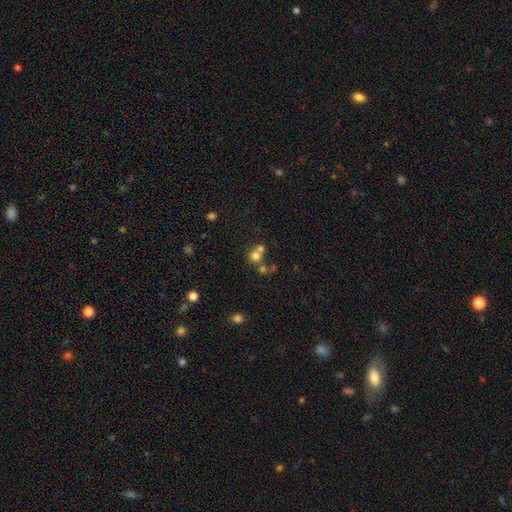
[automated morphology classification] smooth-or-featured: smooth: 69% | star or artifact: 17% | featured or disk: 14%
  how-rounded: round: 85% | in between: 14% | cigar-shaped: 1%
  merging: merger: 47% | none: 43% | minor disturbance: 6% | major disturbance: 4%